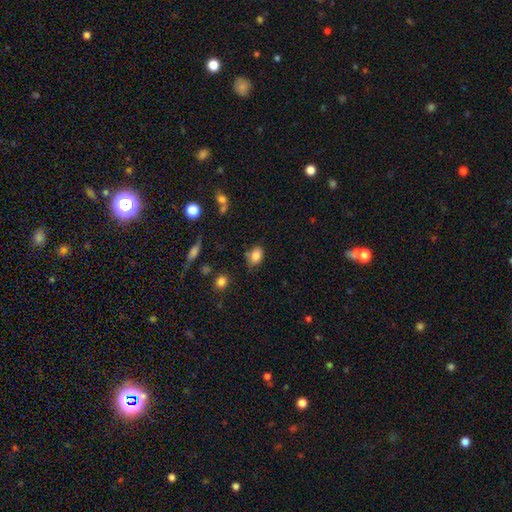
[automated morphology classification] smooth 84%, star or artifact 10%, featured or disk 7%. Down the decision tree: how rounded — in between (79%); merging — none (68%).